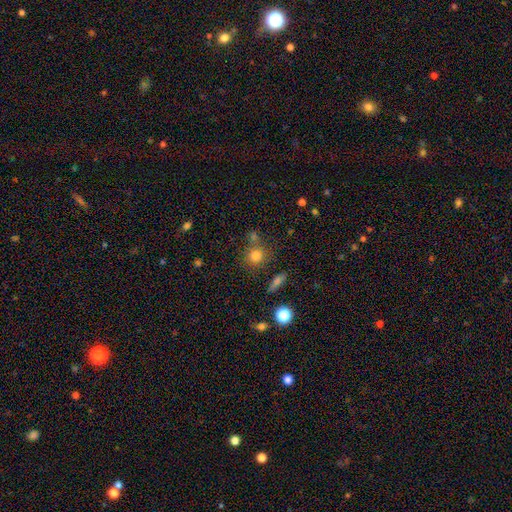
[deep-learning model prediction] Smooth or featured? Predicted: smooth (p=0.79). How rounded? Predicted: round (p=0.88). Merging? Predicted: none (p=0.70).